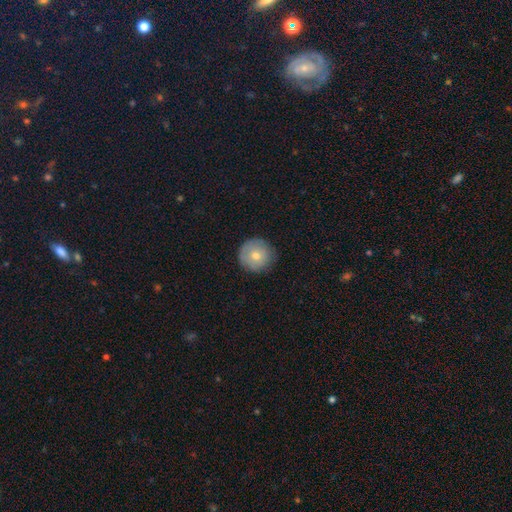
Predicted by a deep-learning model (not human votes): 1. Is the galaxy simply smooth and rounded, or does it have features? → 73% smooth, 19% featured or disk, 8% star or artifact.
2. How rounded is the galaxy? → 95% round, 4% in between, 1% cigar-shaped.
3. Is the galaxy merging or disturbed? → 85% none, 12% minor disturbance, 3% major disturbance, 1% merger.